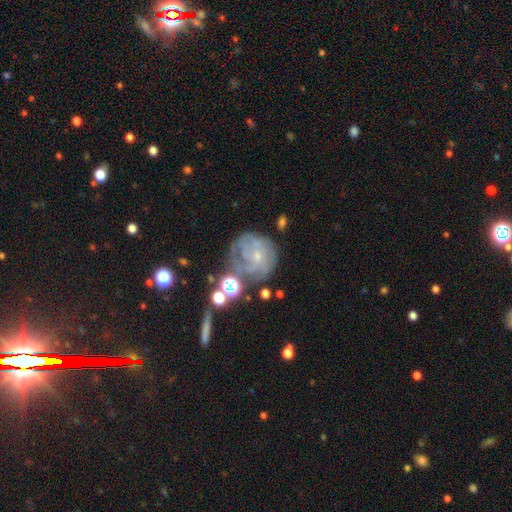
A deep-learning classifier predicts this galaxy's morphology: Smooth or featured? Predicted: featured or disk (p=0.68). Edge-on disk? Predicted: no (p=0.97). Bar? Predicted: no (p=0.75). Spiral arms? Predicted: yes (p=0.78). Spiral winding? Predicted: tight (p=0.58). Spiral arm count? Predicted: can't tell (p=0.52). Bulge size? Predicted: small (p=0.77). Merging? Predicted: none (p=0.48).